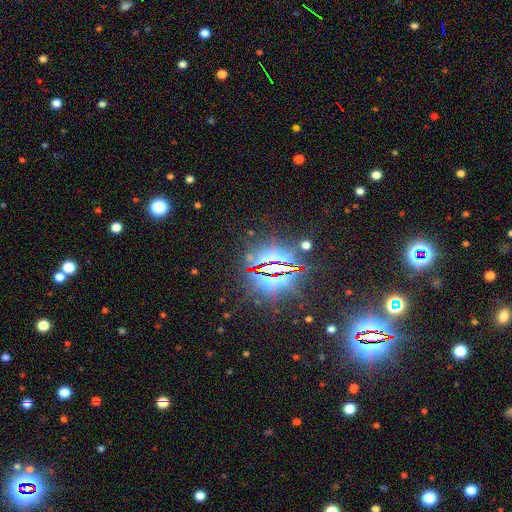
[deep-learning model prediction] smooth_or_featured: star or artifact (p=0.84) [alt: featured or disk p=0.08]